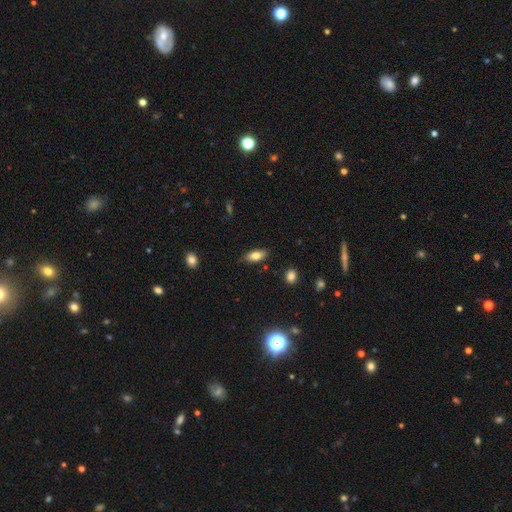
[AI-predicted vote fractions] smooth-or-featured: smooth: 78% | featured or disk: 15% | star or artifact: 8%
  how-rounded: in between: 85% | cigar-shaped: 12% | round: 3%
  merging: none: 83% | minor disturbance: 12% | major disturbance: 2% | merger: 2%